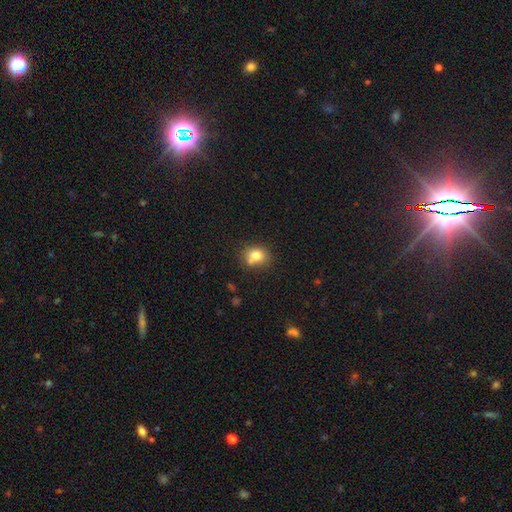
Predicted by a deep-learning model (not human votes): Smooth or featured?
  - smooth: 77% *
  - featured or disk: 12%
  - star or artifact: 11%
How rounded?
  - round: 65% *
  - in between: 34%
  - cigar-shaped: 1%
Merging?
  - none: 58% *
  - merger: 21%
  - minor disturbance: 16%
  - major disturbance: 5%